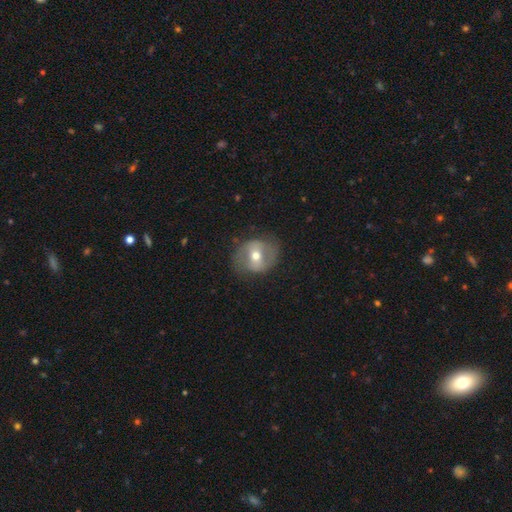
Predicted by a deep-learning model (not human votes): smooth-or-featured: featured or disk: 58% | smooth: 35% | star or artifact: 7%
  disk-edge-on: no: 94% | yes: 6%
    bar: weak: 38% | strong: 33% | no: 28%
    has-spiral-arms: yes: 55% | no: 45%
    bulge-size: moderate: 71% | small: 21% | large: 6% | dominant: 1% | none: 1%
  merging: none: 73% | minor disturbance: 17% | major disturbance: 9% | merger: 1%